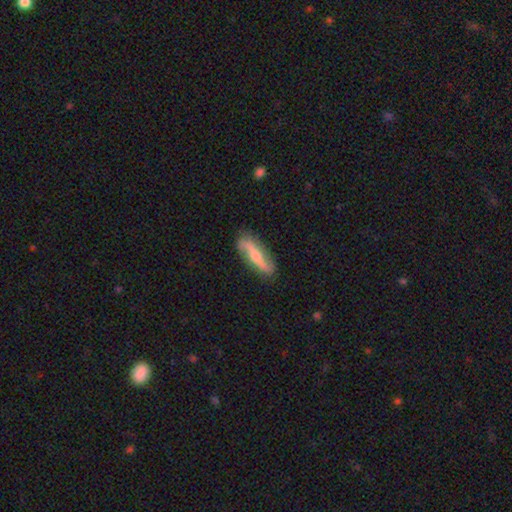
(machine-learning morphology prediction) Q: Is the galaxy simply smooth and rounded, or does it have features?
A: featured or disk — 66%.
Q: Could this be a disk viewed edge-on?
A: no — 60%.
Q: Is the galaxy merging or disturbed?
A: none — 82%.